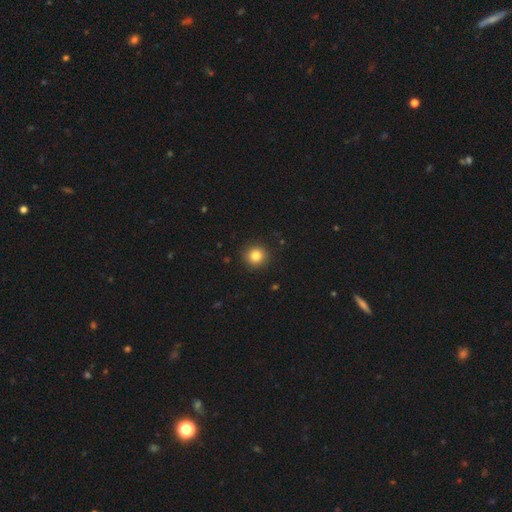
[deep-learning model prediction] Smooth or featured: smooth — 83% (star or artifact — 11%)
How rounded: round — 94% (in between — 6%)
Merging: none — 92% (minor disturbance — 6%)